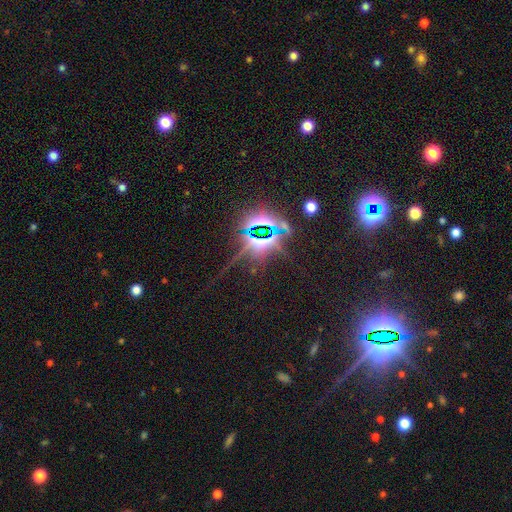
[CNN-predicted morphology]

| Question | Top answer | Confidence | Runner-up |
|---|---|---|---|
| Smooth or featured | star or artifact | 82% | featured or disk (10%) |